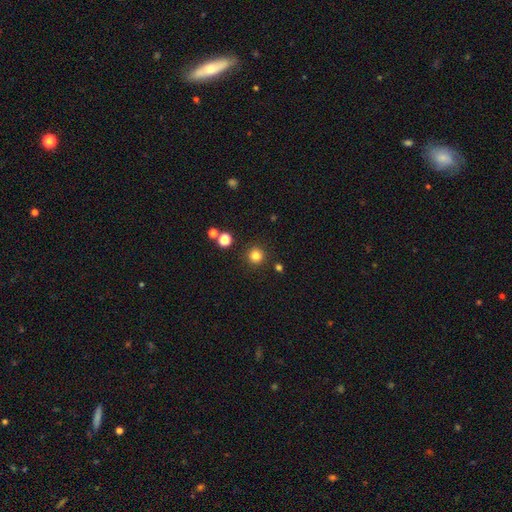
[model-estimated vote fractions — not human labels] Smooth or featured? smooth (83%)
How rounded? round (95%)
Merging? none (90%)